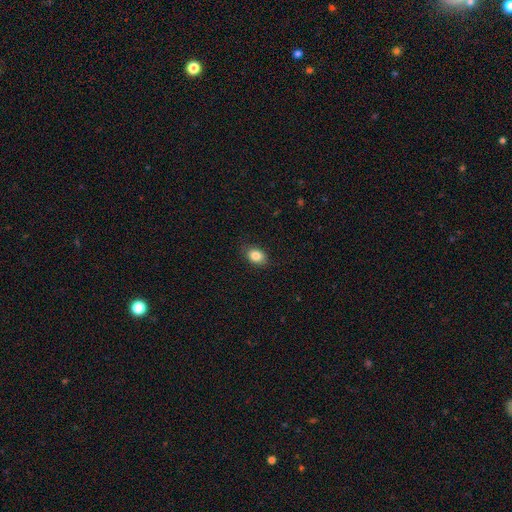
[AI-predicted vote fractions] Smooth or featured: smooth — 84% (star or artifact — 9%)
How rounded: in between — 72% (round — 27%)
Merging: none — 85% (minor disturbance — 12%)